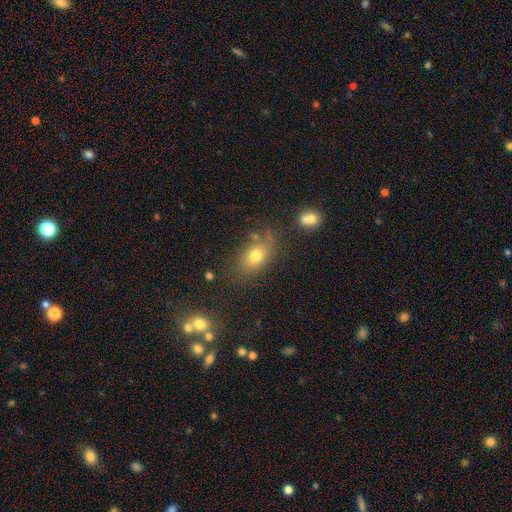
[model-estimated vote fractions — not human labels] Smooth or featured?
  - smooth: 71% *
  - star or artifact: 15%
  - featured or disk: 14%
How rounded?
  - in between: 79% *
  - round: 19%
  - cigar-shaped: 2%
Merging?
  - none: 70% *
  - minor disturbance: 16%
  - merger: 7%
  - major disturbance: 6%